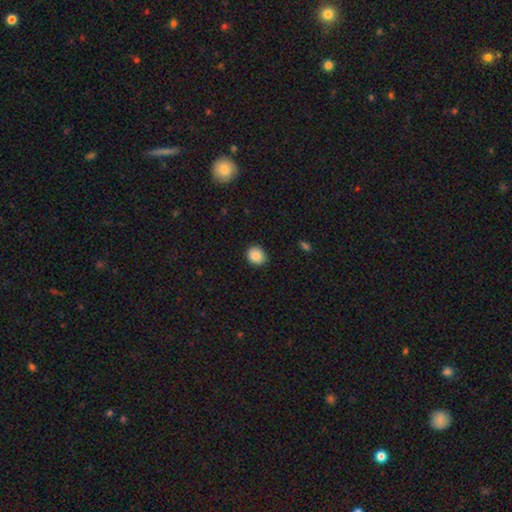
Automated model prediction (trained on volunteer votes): Smooth or featured? smooth (86%)
How rounded? round (72%)
Merging? none (86%)